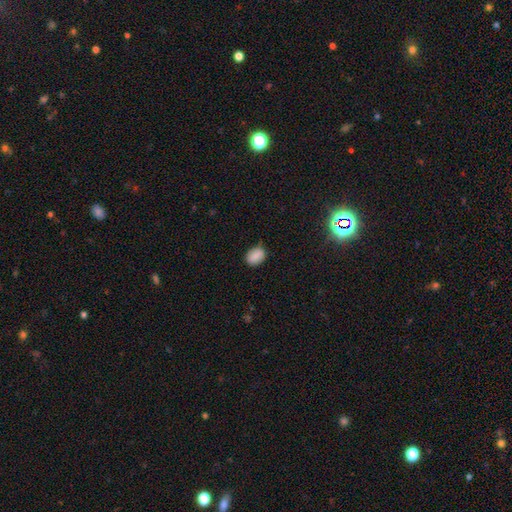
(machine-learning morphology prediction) Smooth or featured?
  - smooth: 86% *
  - star or artifact: 8%
  - featured or disk: 6%
How rounded?
  - in between: 69% *
  - round: 30%
  - cigar-shaped: 1%
Merging?
  - none: 78% *
  - minor disturbance: 18%
  - major disturbance: 3%
  - merger: 1%